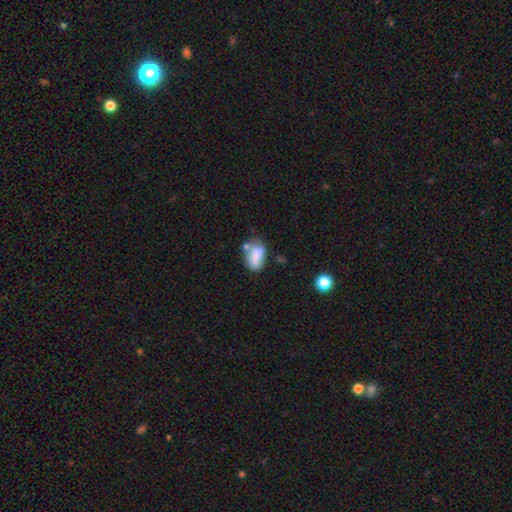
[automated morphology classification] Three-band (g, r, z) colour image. It shows a smooth galaxy with no disk features (77%) that is in between round and cigar-shaped (88%). Merging: none (47%).